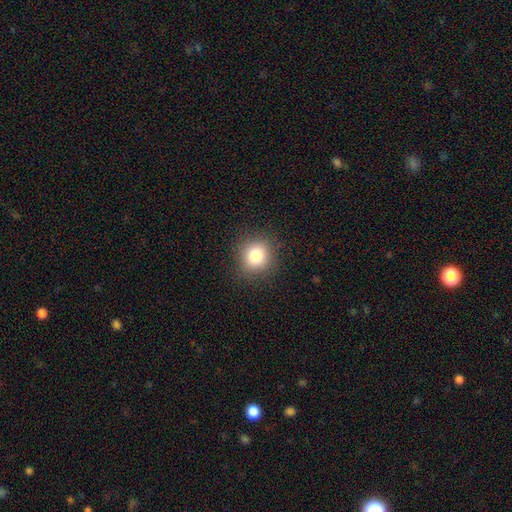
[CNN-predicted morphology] A smooth galaxy with no disk features (82%) that is round (87%).

Vote fractions:
- Smooth or featured? smooth: 82% / star or artifact: 12% / featured or disk: 7%
- How rounded? round: 87% / in between: 12% / cigar-shaped: 1%
- Merging? none: 89% / minor disturbance: 8% / major disturbance: 3% / merger: 1%